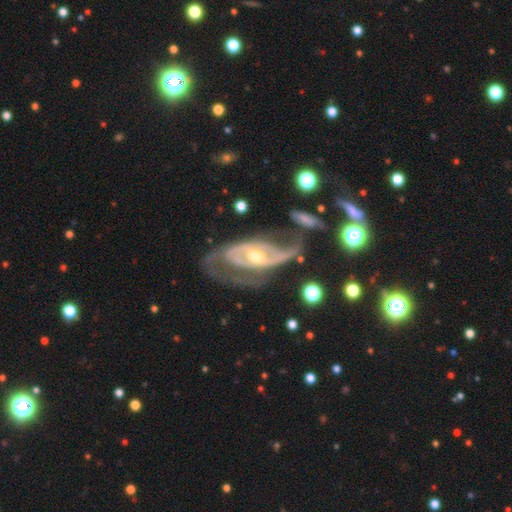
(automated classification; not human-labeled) Smooth or featured? Predicted: featured or disk (p=0.87). Edge-on disk? Predicted: no (p=0.94). Bar? Predicted: no (p=0.38). Spiral arms? Predicted: yes (p=0.89). Spiral winding? Predicted: medium (p=0.44). Spiral arm count? Predicted: 2 (p=0.65). Bulge size? Predicted: moderate (p=0.67). Merging? Predicted: none (p=0.42).